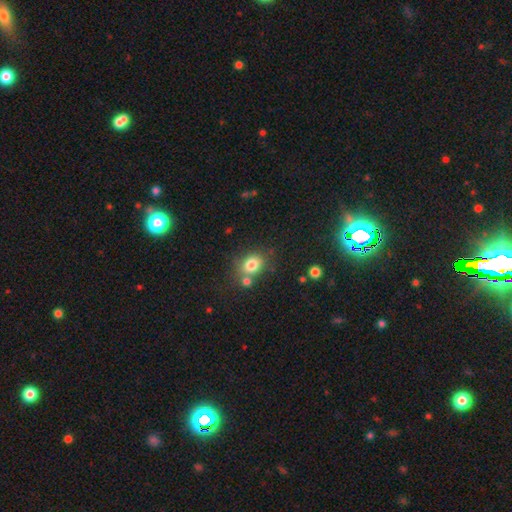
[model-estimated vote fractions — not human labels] This is possibly a smooth galaxy (51%). How rounded: likely round (73%). Merging: likely none (71%).